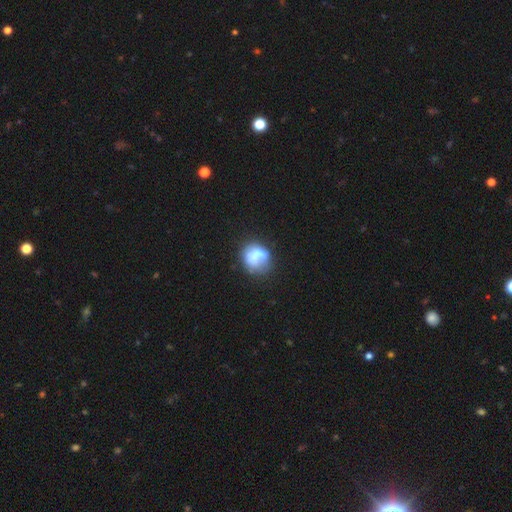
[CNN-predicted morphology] Overall: smooth (58%; featured or disk 32%). How rounded: round (70%). Merging: none (41%; minor disturbance 23%).